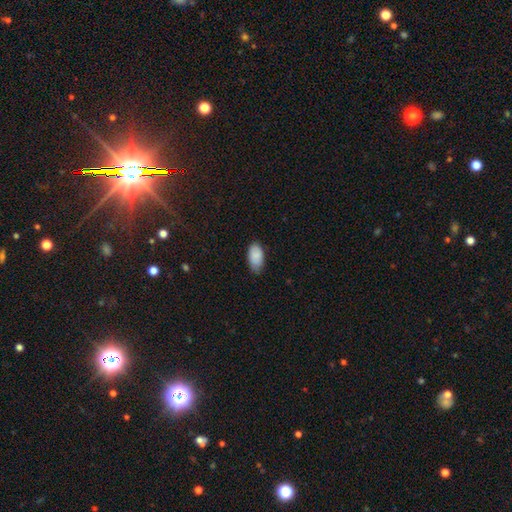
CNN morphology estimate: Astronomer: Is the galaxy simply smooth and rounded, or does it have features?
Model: smooth — 88%.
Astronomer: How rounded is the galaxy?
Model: in between — 95%.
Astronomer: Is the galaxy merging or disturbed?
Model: none — 68%.